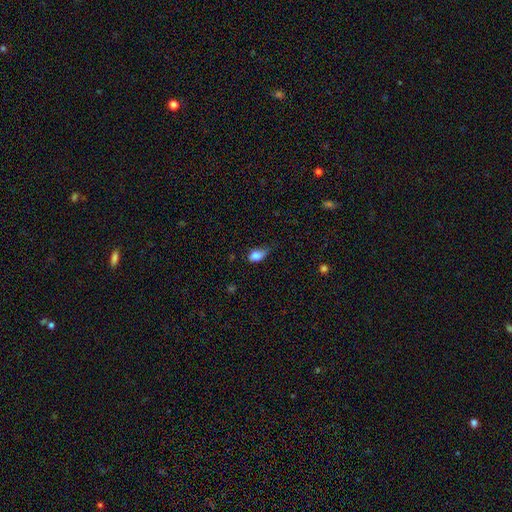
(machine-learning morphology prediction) Q: Smooth or featured?
A: smooth (82%); runner-up: featured or disk (9%)
Q: How rounded?
A: in between (77%); runner-up: round (20%)
Q: Merging?
A: minor disturbance (45%); runner-up: none (38%)